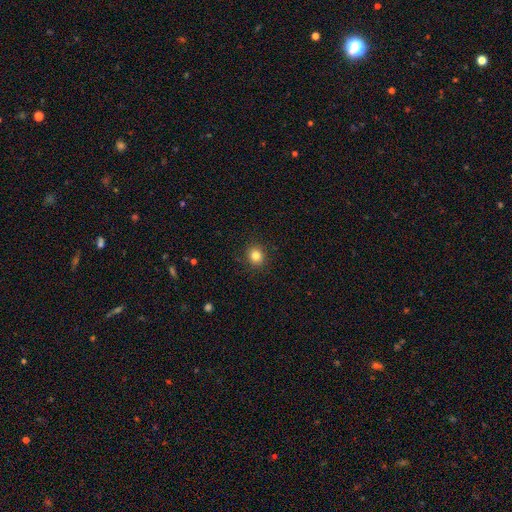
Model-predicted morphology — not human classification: Smooth or featured? smooth (83%)
How rounded? round (84%)
Merging? none (91%)